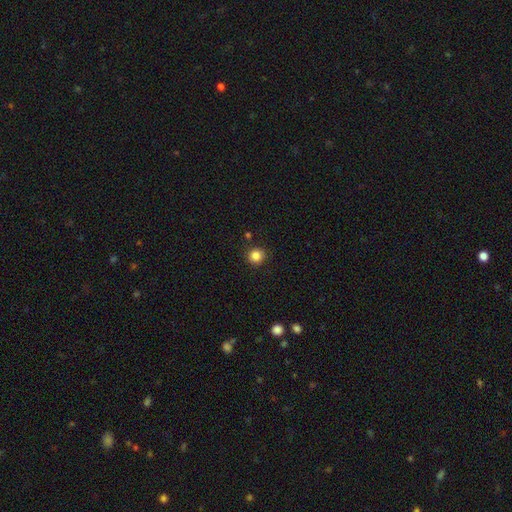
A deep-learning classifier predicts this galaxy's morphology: A smooth galaxy with no disk features (85%) that is round (93%).

Vote fractions:
- Smooth or featured? smooth: 85% / star or artifact: 11% / featured or disk: 4%
- How rounded? round: 93% / in between: 6% / cigar-shaped: 1%
- Merging? none: 89% / minor disturbance: 7% / merger: 2% / major disturbance: 2%